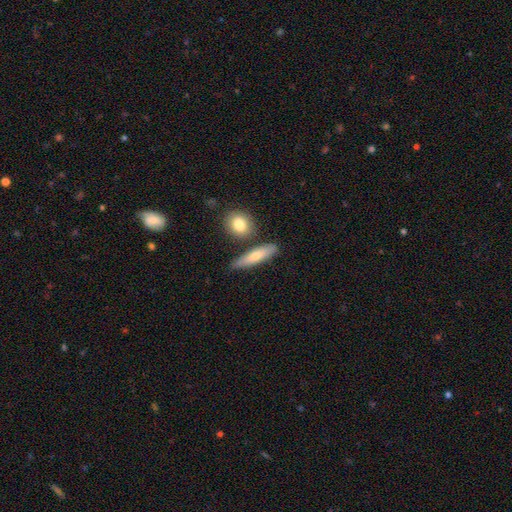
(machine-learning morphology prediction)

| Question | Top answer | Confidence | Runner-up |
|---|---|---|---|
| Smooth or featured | smooth | 69% | featured or disk (25%) |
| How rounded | cigar-shaped | 64% | in between (31%) |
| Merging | none | 72% | minor disturbance (15%) |